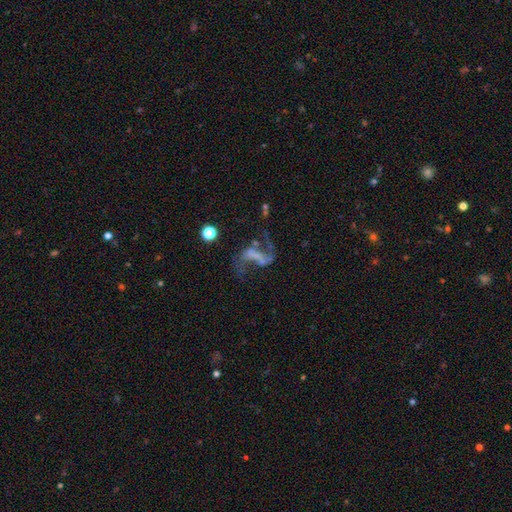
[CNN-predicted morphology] Smooth or featured? Predicted: featured or disk (p=0.72). Edge-on disk? Predicted: no (p=0.96). Bar? Predicted: strong (p=0.37). Spiral arms? Predicted: yes (p=0.73). Spiral winding? Predicted: loose (p=0.82). Spiral arm count? Predicted: 2 (p=0.86). Bulge size? Predicted: none (p=0.69). Merging? Predicted: none (p=0.40).